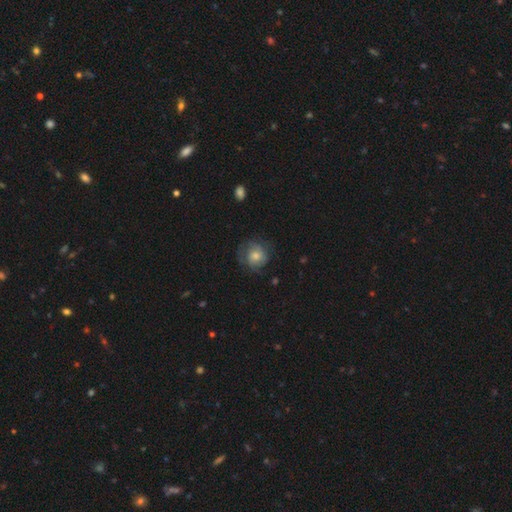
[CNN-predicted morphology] A smooth galaxy with no disk features (58%) that is round (84%).

Vote fractions:
- Smooth or featured? smooth: 58% / featured or disk: 34% / star or artifact: 8%
- How rounded? round: 84% / in between: 15% / cigar-shaped: 1%
- Merging? none: 64% / minor disturbance: 23% / major disturbance: 12% / merger: 1%